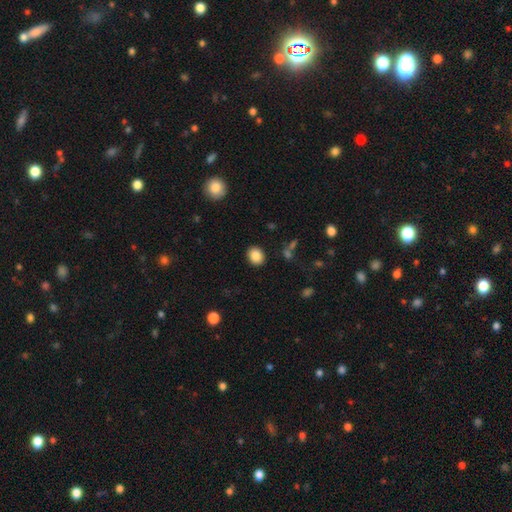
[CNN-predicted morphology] Smooth or featured? Predicted: smooth (p=0.86). How rounded? Predicted: round (p=0.58). Merging? Predicted: none (p=0.89).